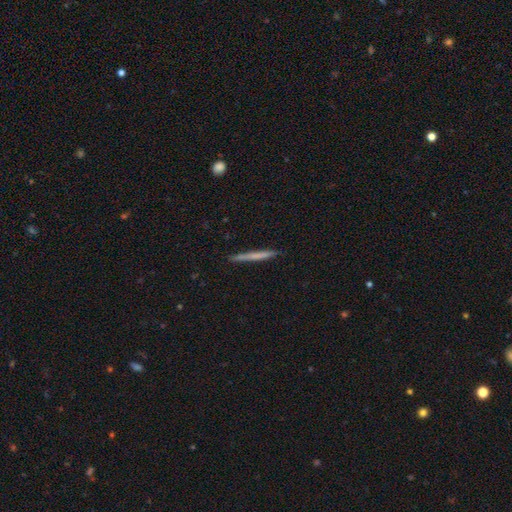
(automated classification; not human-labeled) Q: Smooth or featured?
A: smooth (59%); runner-up: featured or disk (35%)
Q: How rounded?
A: cigar-shaped (97%); runner-up: in between (2%)
Q: Merging?
A: none (91%); runner-up: minor disturbance (7%)